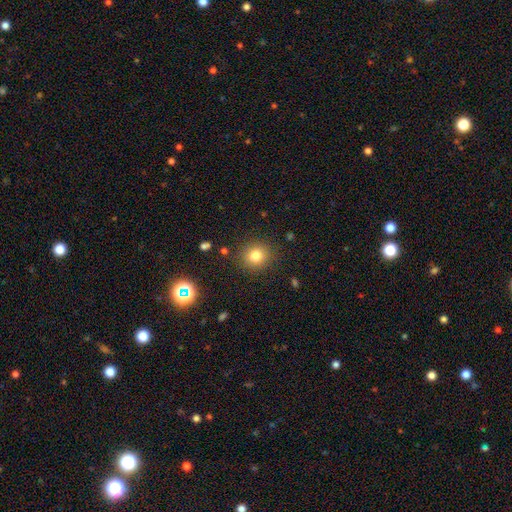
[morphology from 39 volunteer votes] smooth-or-featured: smooth: 79% | featured or disk: 13% | star or artifact: 8%
  how-rounded: round: 97% | in between: 3% | cigar-shaped: 0%
  merging: none: 86% | minor disturbance: 8% | major disturbance: 3% | merger: 3%